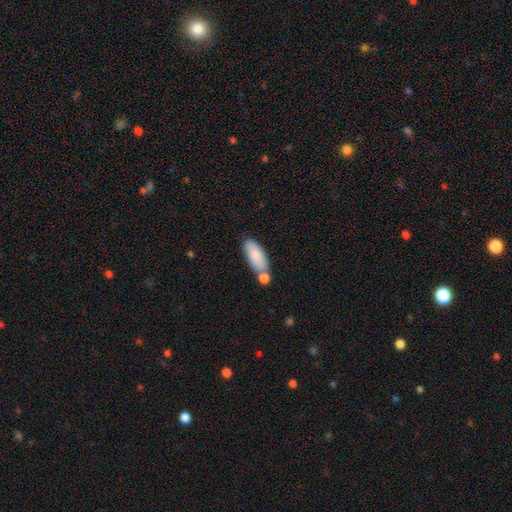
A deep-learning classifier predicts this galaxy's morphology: Smooth or featured: smooth — 83% (featured or disk — 11%)
How rounded: in between — 81% (cigar-shaped — 17%)
Merging: none — 52% (merger — 28%)